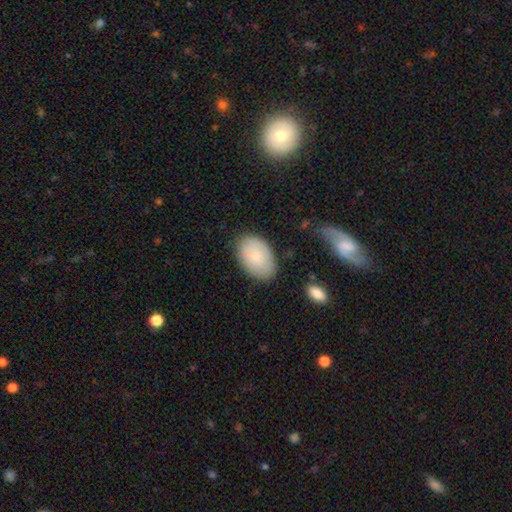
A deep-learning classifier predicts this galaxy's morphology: Smooth or featured: smooth — 79% (featured or disk — 15%)
How rounded: in between — 88% (round — 10%)
Merging: none — 78% (minor disturbance — 16%)